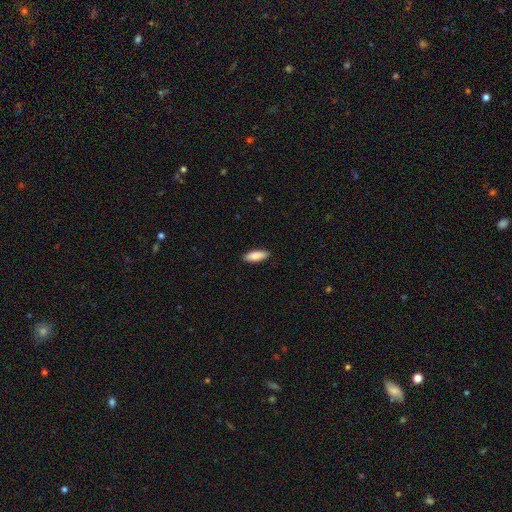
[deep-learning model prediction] Smooth or featured? Predicted: smooth (p=0.87). How rounded? Predicted: in between (p=0.68). Merging? Predicted: none (p=0.89).